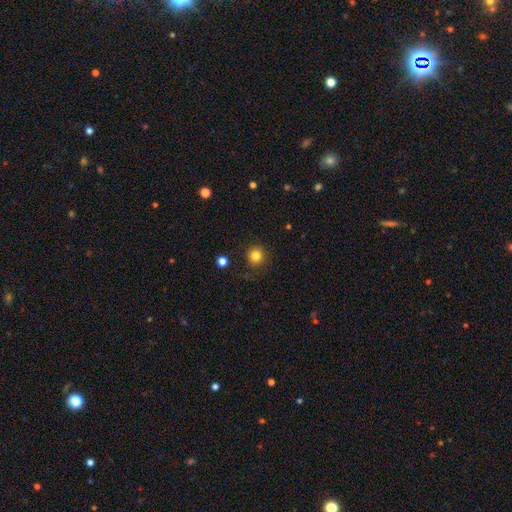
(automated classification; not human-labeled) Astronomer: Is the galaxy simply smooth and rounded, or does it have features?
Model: smooth — 82%.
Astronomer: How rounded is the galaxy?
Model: round — 94%.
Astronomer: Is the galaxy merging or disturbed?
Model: none — 89%.